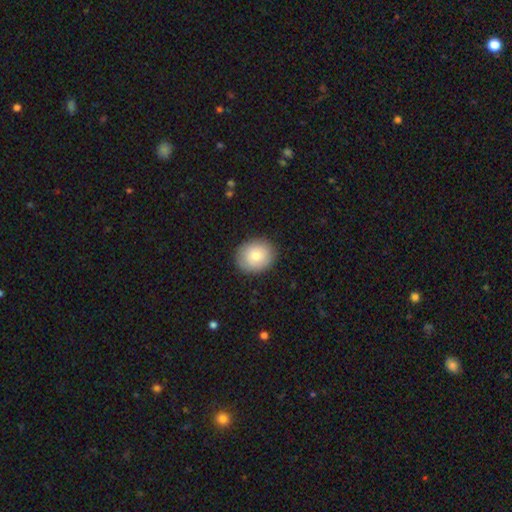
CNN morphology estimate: smooth_or_featured: smooth (p=0.79) [alt: featured or disk p=0.13]
how_rounded: round (p=0.64) [alt: in between p=0.36]
merging: none (p=0.87) [alt: minor disturbance p=0.09]